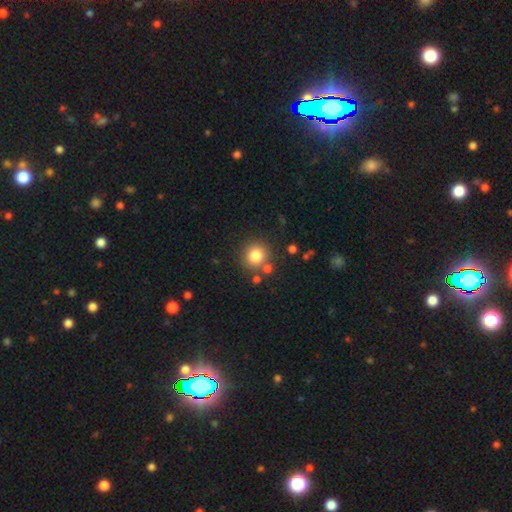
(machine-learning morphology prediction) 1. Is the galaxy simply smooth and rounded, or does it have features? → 80% smooth, 12% star or artifact, 8% featured or disk.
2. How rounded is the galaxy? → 89% round, 10% in between, 1% cigar-shaped.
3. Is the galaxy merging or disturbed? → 77% none, 10% merger, 9% minor disturbance, 3% major disturbance.